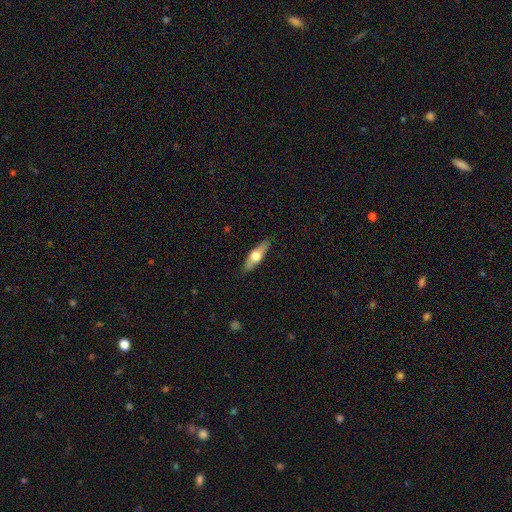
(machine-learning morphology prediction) Smooth or featured: smooth — 57% (featured or disk — 38%)
How rounded: in between — 51% (cigar-shaped — 46%)
Merging: none — 87% (minor disturbance — 10%)